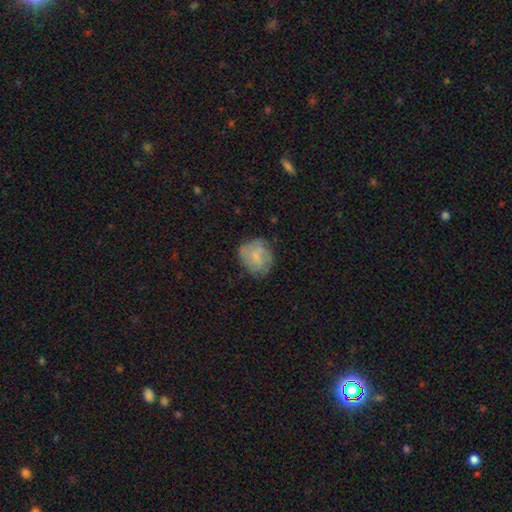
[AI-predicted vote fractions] Overall: smooth (54%; featured or disk 38%). How rounded: round (71%). Merging: none (68%).